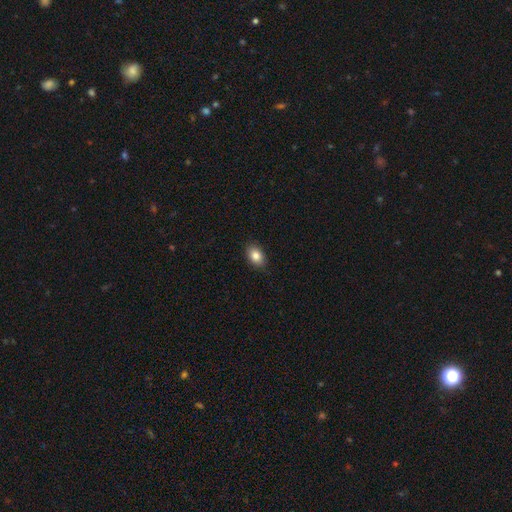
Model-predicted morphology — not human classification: Smooth or featured? Predicted: smooth (p=0.85). How rounded? Predicted: in between (p=0.83). Merging? Predicted: none (p=0.88).